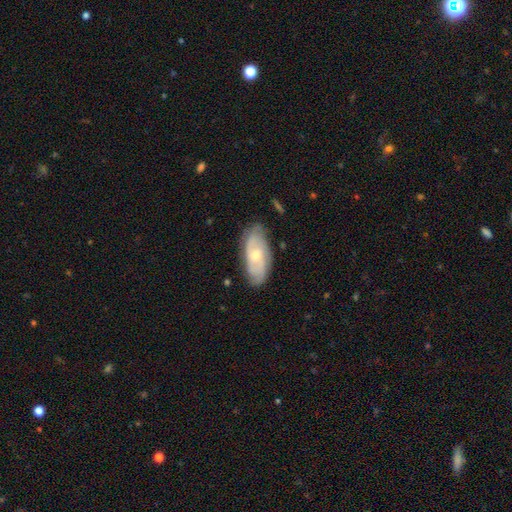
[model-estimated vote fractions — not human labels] Smooth or featured? Predicted: featured or disk (p=0.66). Edge-on disk? Predicted: no (p=0.90). Bar? Predicted: no (p=0.65). Spiral arms? Predicted: yes (p=0.87). Spiral winding? Predicted: tight (p=0.44). Spiral arm count? Predicted: 2 (p=0.48). Bulge size? Predicted: small (p=0.48, tied with moderate). Merging? Predicted: none (p=0.77).